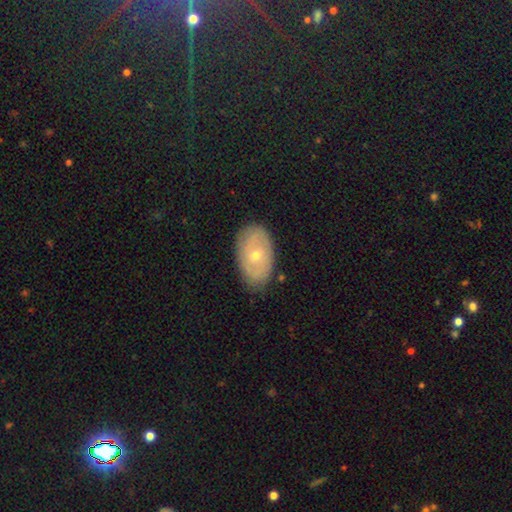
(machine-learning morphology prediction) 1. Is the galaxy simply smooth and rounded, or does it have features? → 46% smooth (tied), 46% featured or disk (tied), 7% star or artifact.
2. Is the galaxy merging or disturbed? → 82% none, 14% minor disturbance, 3% major disturbance, 1% merger.